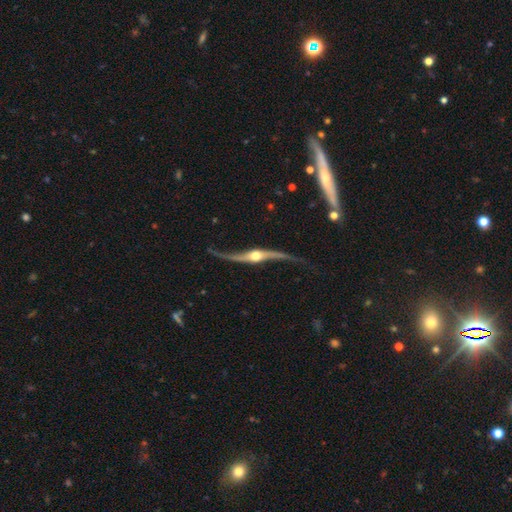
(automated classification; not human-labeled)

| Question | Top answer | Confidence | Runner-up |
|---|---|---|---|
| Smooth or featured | featured or disk | 90% | smooth (5%) |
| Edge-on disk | no | 60% | yes (40%) |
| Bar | no | 61% | weak (21%) |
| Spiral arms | yes | 95% | no (5%) |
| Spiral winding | loose | 95% | medium (3%) |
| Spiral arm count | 2 | 94% | 1 (2%) |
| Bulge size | moderate | 66% | small (17%) |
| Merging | none | 65% | minor disturbance (19%) |